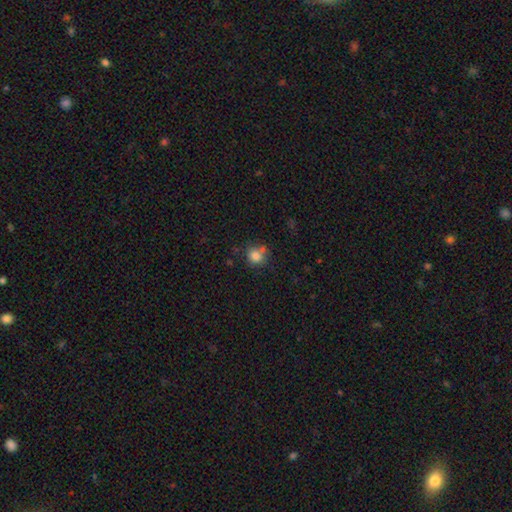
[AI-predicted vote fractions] Overall: smooth (82%). How rounded: round (79%). Merging: none (60%).